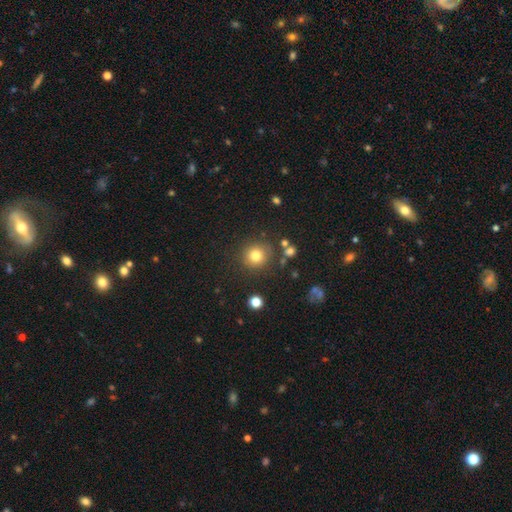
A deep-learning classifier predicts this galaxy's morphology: smooth-or-featured: smooth: 80% | star or artifact: 13% | featured or disk: 7%
  how-rounded: round: 91% | in between: 8% | cigar-shaped: 1%
  merging: none: 84% | minor disturbance: 9% | merger: 4% | major disturbance: 4%